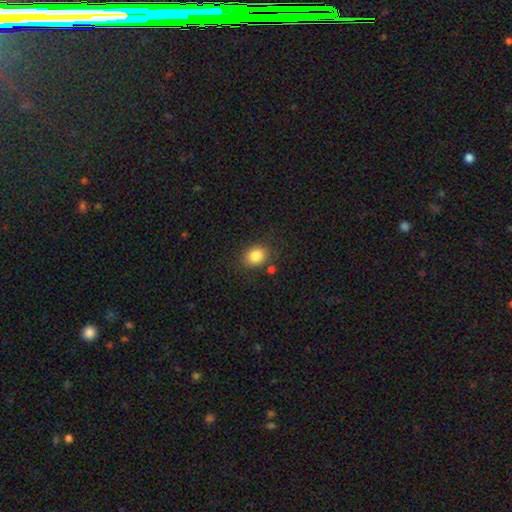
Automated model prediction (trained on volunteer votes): Morphology: type=smooth (85%); roundness=round (52%); merging=none (79%).